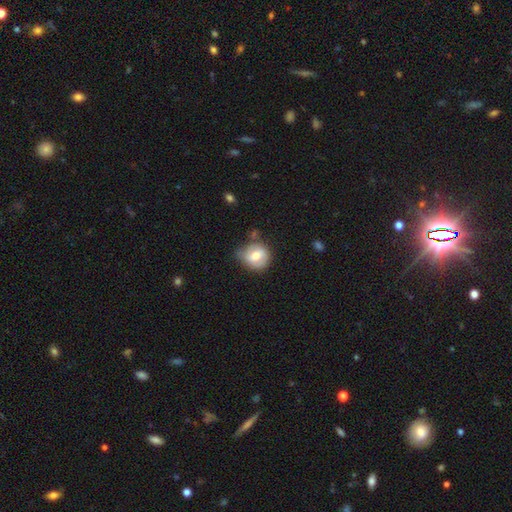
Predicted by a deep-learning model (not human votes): Morphology: type=smooth (65%); roundness=round (78%); merging=none (56%).